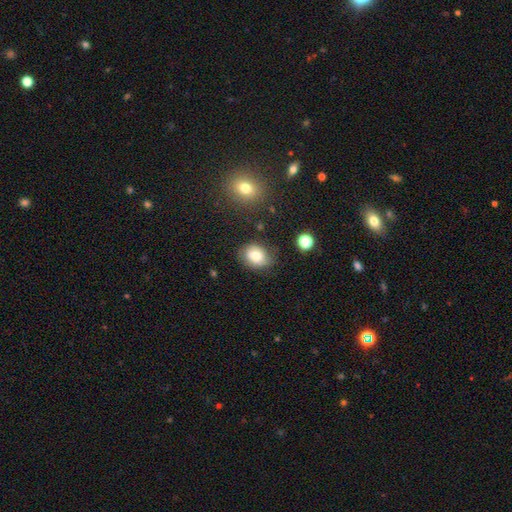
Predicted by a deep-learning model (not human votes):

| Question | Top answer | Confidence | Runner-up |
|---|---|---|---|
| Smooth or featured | smooth | 76% | featured or disk (14%) |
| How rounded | in between | 56% | round (43%) |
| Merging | none | 70% | minor disturbance (21%) |